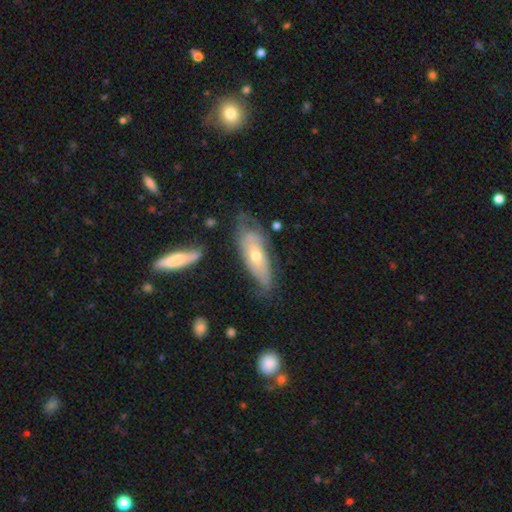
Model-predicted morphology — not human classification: A featured or disk galaxy (51%).

Vote fractions:
- Smooth or featured? featured or disk: 51% / smooth: 42% / star or artifact: 6%
- Edge-on disk? no: 70% / yes: 30%
- Merging? none: 47% / minor disturbance: 33% / major disturbance: 16% / merger: 4%